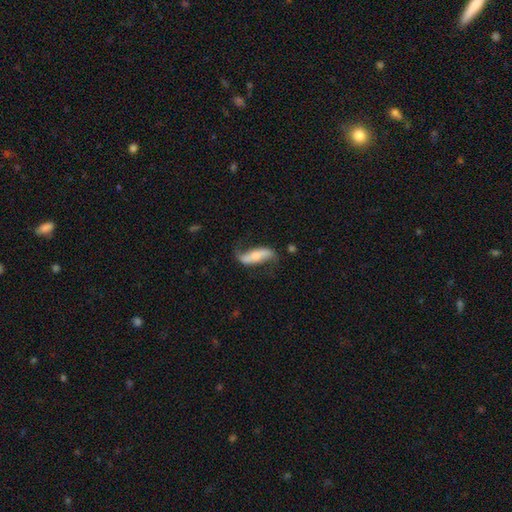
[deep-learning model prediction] A featured or disk galaxy (67%) with a strong bar (38%, tied with no), spiral arms (89%) and a moderate central bulge (41%). Merging: none (65%).